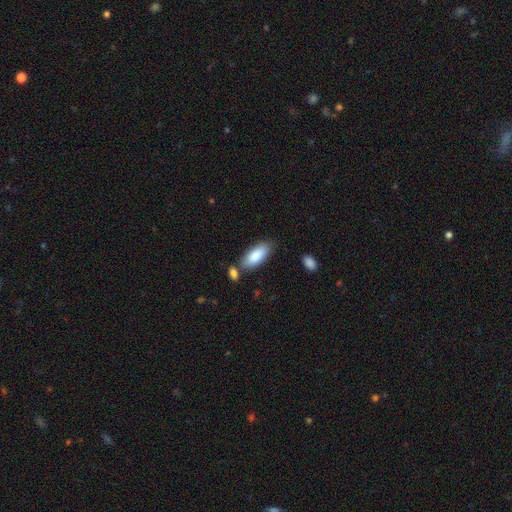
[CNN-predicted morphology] Q: Smooth or featured?
A: smooth (86%); runner-up: featured or disk (8%)
Q: How rounded?
A: in between (83%); runner-up: cigar-shaped (15%)
Q: Merging?
A: none (68%); runner-up: minor disturbance (15%)